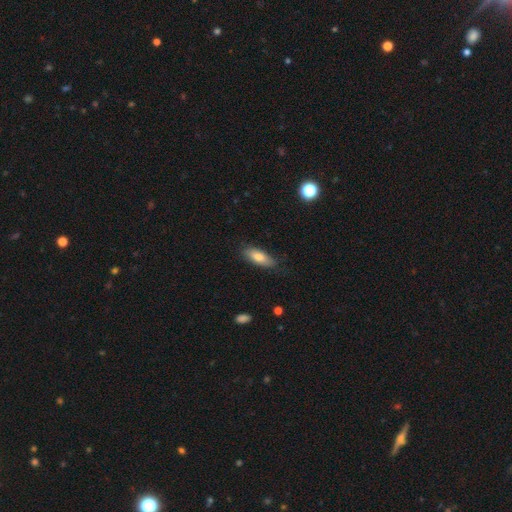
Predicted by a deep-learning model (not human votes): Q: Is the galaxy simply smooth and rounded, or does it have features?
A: smooth — 75%.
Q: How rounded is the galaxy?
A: in between — 67%.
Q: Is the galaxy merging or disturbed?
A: none — 82%.